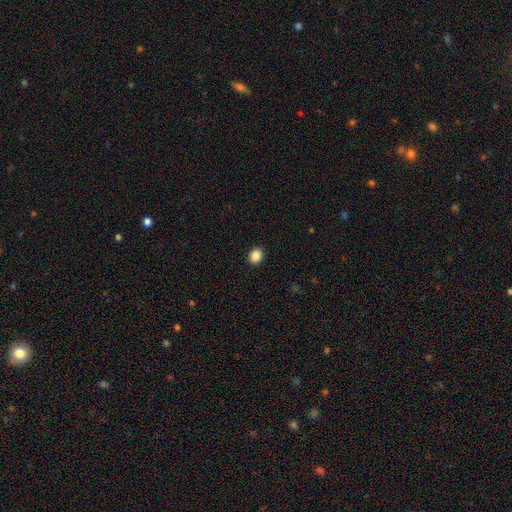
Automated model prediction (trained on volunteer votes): Smooth or featured? Predicted: smooth (p=0.87). How rounded? Predicted: round (p=0.66). Merging? Predicted: none (p=0.92).